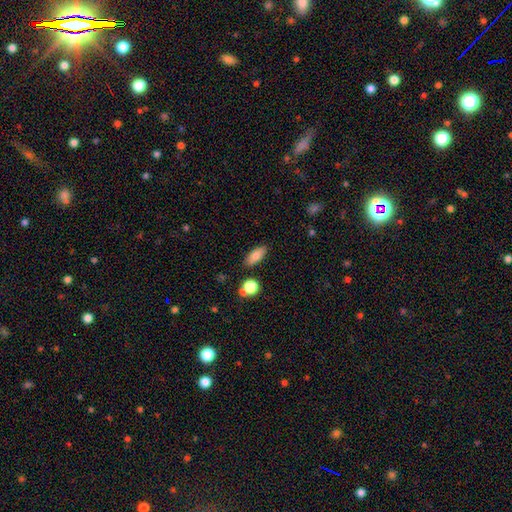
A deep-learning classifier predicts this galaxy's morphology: smooth_or_featured: smooth (p=0.80) [alt: featured or disk p=0.11]
how_rounded: in between (p=0.80) [alt: cigar-shaped p=0.15]
merging: none (p=0.84) [alt: minor disturbance p=0.10]